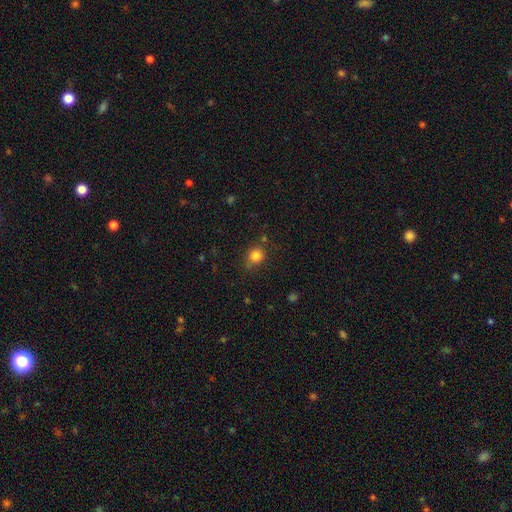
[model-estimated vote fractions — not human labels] Smooth or featured: smooth — 82% (star or artifact — 12%)
How rounded: round — 82% (in between — 17%)
Merging: none — 74% (minor disturbance — 16%)